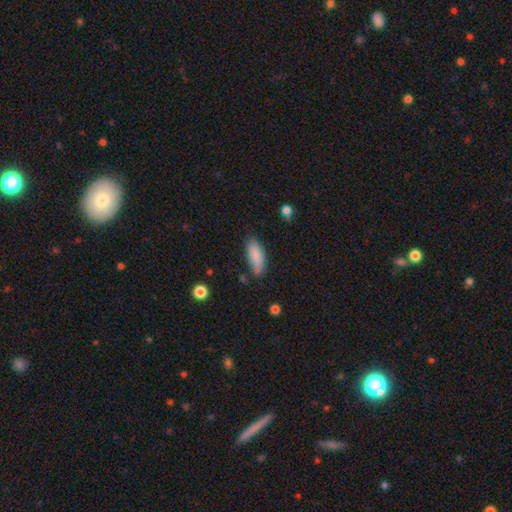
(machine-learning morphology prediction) type=smooth (86%); roundness=in between (79%); merging=none (72%).